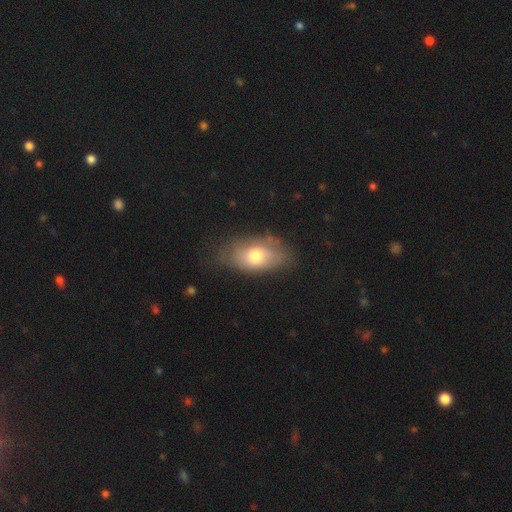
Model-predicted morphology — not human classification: type=smooth (70%); roundness=in between (90%); merging=none (65%).